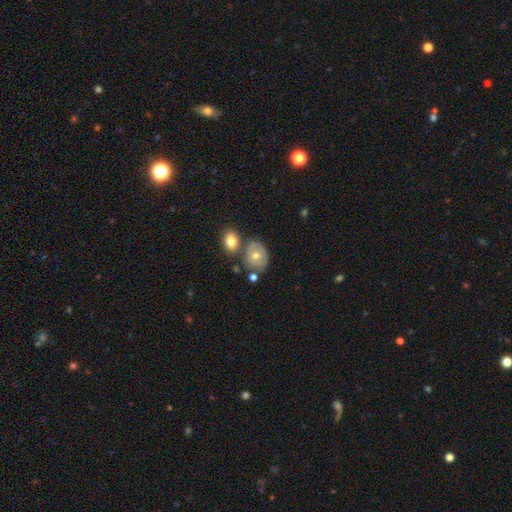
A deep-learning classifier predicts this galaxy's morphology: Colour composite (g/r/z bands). It shows a smooth galaxy with no disk features (56%) that is in between round and cigar-shaped (50%). Merging: none (60%).